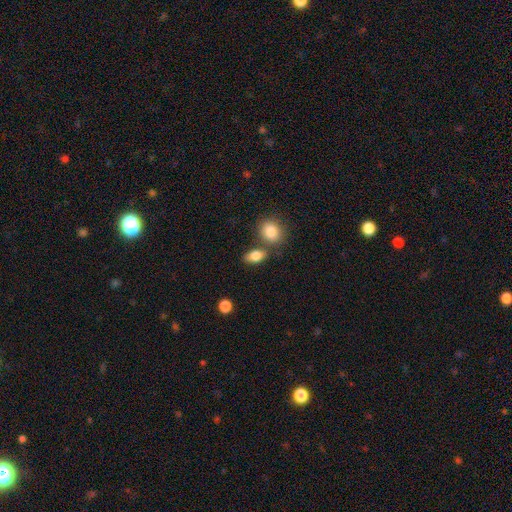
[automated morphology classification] type=smooth (84%); roundness=in between (82%); merging=none (63%).